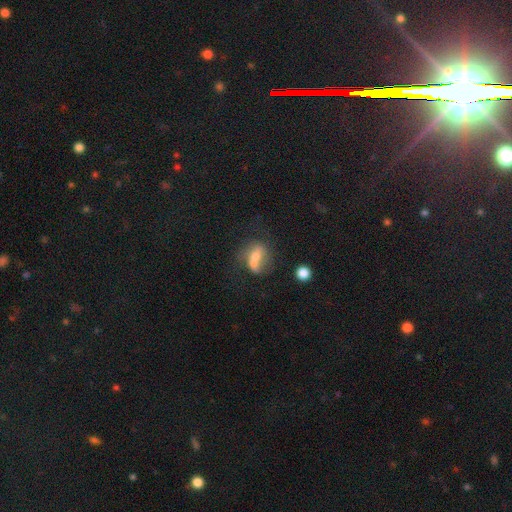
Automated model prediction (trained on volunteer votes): Smooth or featured? smooth (54%)
How rounded? in between (62%)
Merging? merger (47%)